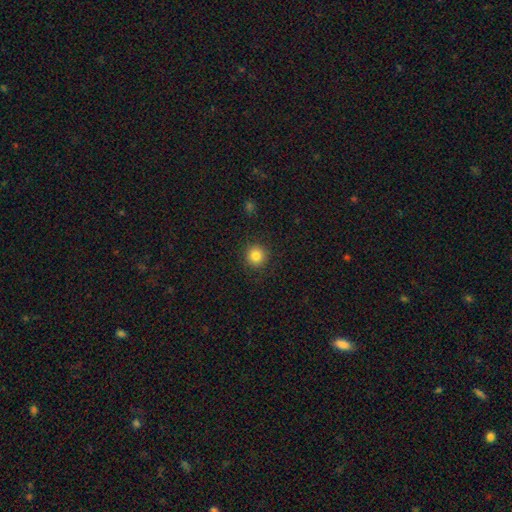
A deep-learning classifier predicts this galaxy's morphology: Smooth or featured? Predicted: smooth (p=0.84). How rounded? Predicted: round (p=0.94). Merging? Predicted: none (p=0.91).